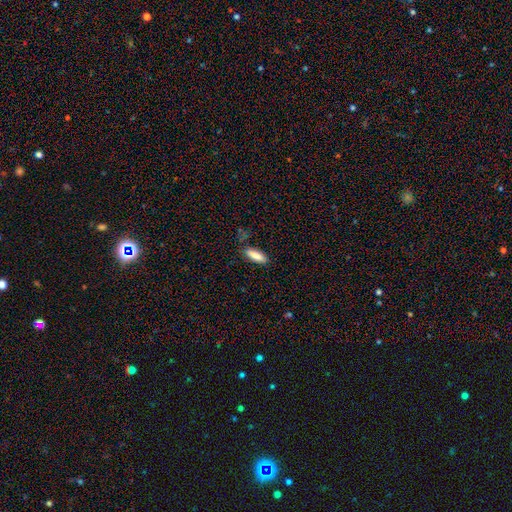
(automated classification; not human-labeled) Overall: smooth (85%). How rounded: in between (50%; cigar-shaped 48%). Merging: none (80%).